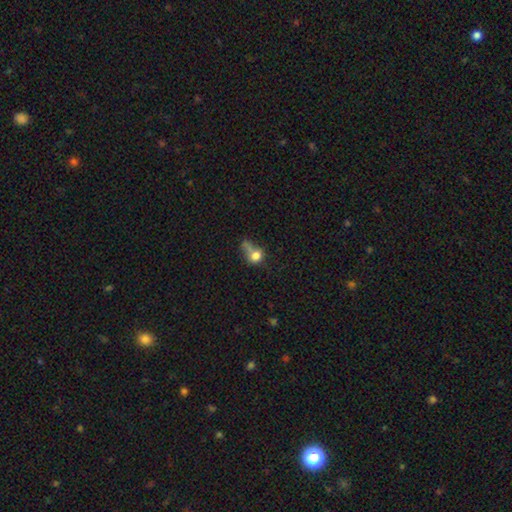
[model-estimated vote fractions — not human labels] Overall: smooth (72%). How rounded: round (59%; in between 38%). Merging: major disturbance (31%; merger 24%).